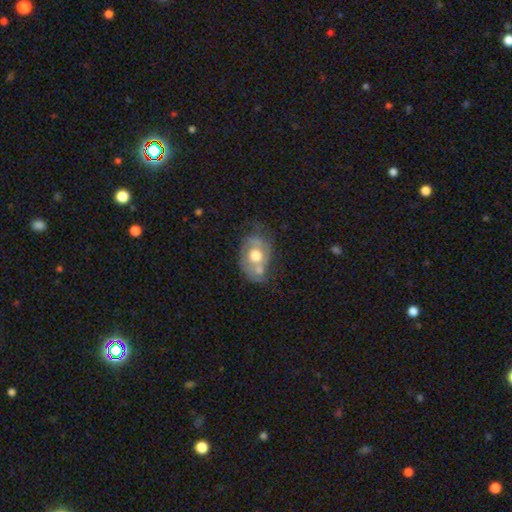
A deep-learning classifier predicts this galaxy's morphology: Overall: featured or disk (58%; smooth 34%). Edge-on disk: no (95%). Bar: no (82%). Spiral arms: no (51%; yes 49%). Bulge size: moderate (59%; large 33%). Merging: none (41%; minor disturbance 25%).